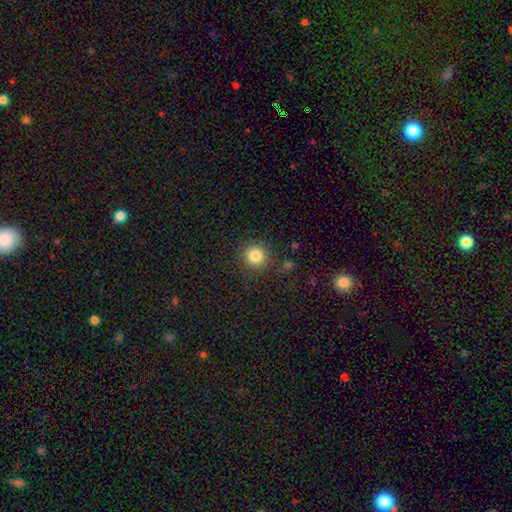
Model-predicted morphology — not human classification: Smooth or featured? smooth (85%)
How rounded? round (94%)
Merging? none (87%)